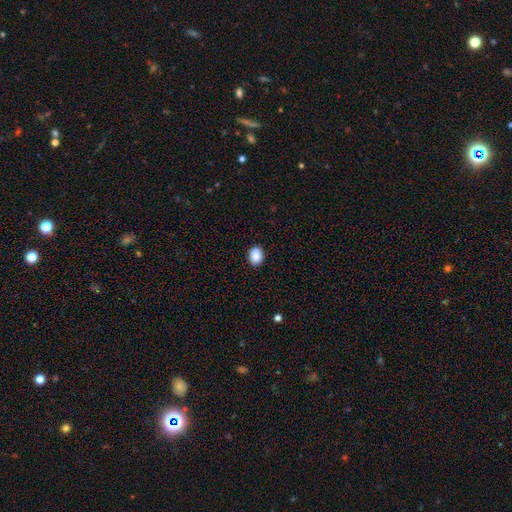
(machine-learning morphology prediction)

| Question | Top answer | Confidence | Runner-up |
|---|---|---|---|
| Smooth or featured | smooth | 89% | star or artifact (8%) |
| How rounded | in between | 54% | round (45%) |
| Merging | none | 89% | minor disturbance (8%) |